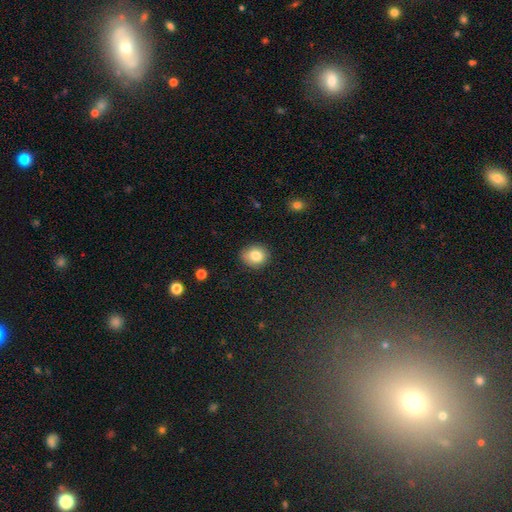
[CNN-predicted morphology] Q: Smooth or featured?
A: smooth (83%); runner-up: star or artifact (9%)
Q: How rounded?
A: round (73%); runner-up: in between (26%)
Q: Merging?
A: none (85%); runner-up: minor disturbance (11%)